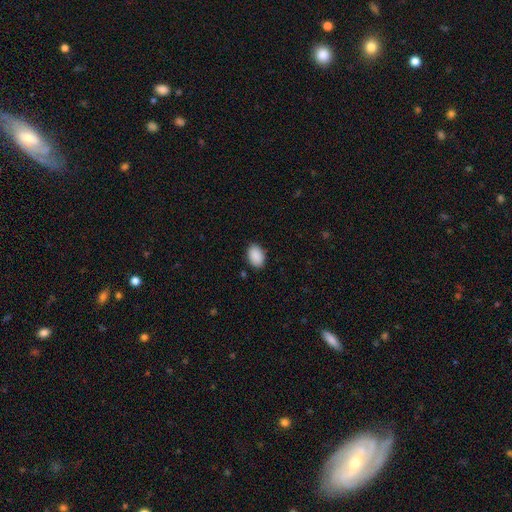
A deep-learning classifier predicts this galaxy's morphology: Smooth or featured? smooth (91%)
How rounded? in between (89%)
Merging? none (87%)